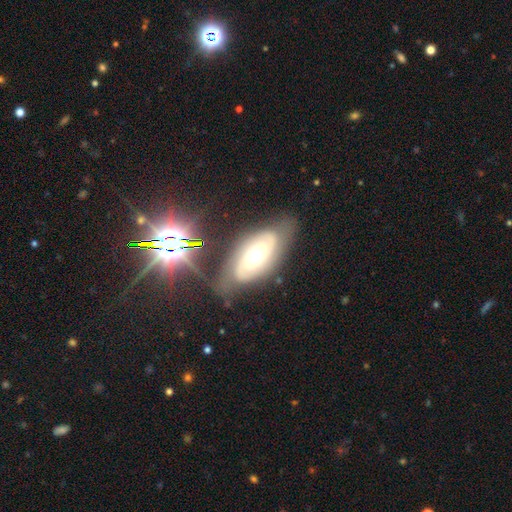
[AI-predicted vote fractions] Overall: featured or disk (69%). Edge-on disk: no (92%). Bar: no (72%). Spiral arms: yes (85%). Spiral arm count: 2 (54%; can't tell 30%). Spiral winding: tight (59%; medium 31%). Bulge size: moderate (62%; small 31%). Merging: none (64%).